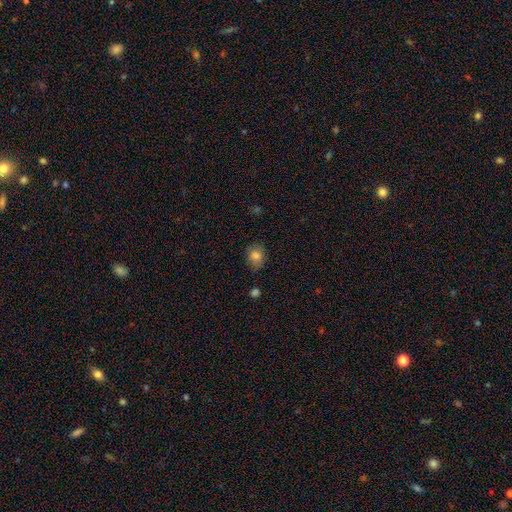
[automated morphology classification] Overall: smooth (81%). How rounded: round (56%; in between 43%). Merging: none (74%).